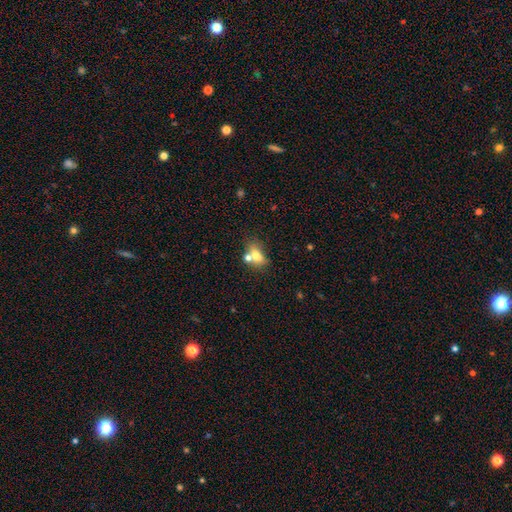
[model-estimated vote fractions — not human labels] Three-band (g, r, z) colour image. It shows a smooth galaxy with no disk features (70%) that is in between round and cigar-shaped (76%). Merging: none (40%).